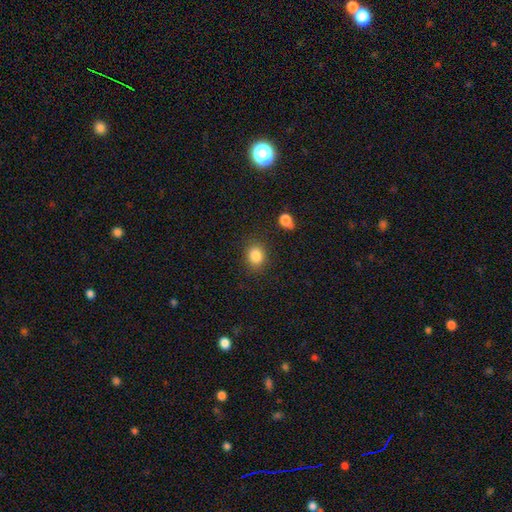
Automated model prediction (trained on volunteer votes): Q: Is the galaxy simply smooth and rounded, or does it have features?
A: smooth — 85%.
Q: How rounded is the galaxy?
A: round — 68%.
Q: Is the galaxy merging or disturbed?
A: none — 85%.